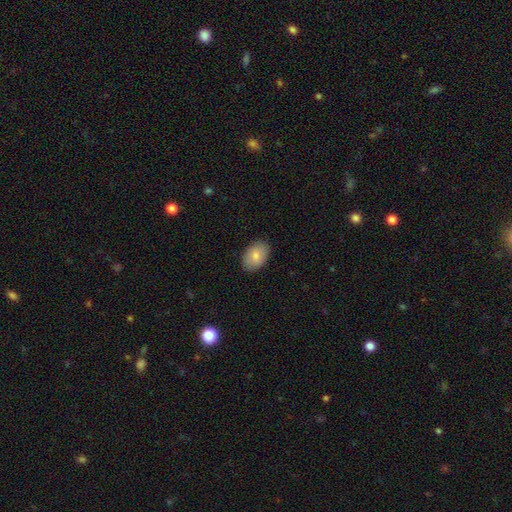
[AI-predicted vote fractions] Smooth or featured? smooth (82%)
How rounded? in between (88%)
Merging? none (87%)